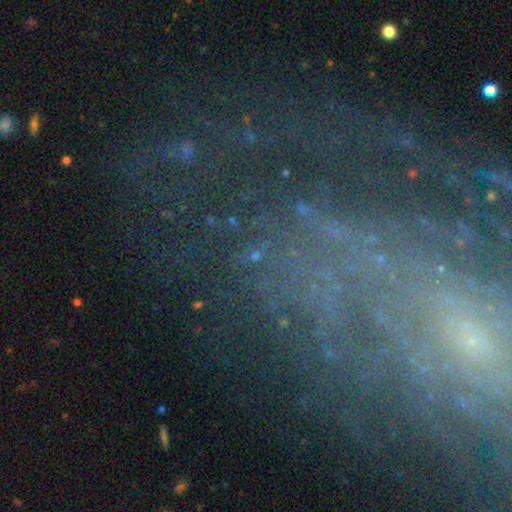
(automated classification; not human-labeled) This is likely a star or artifact rather than a galaxy (64%).